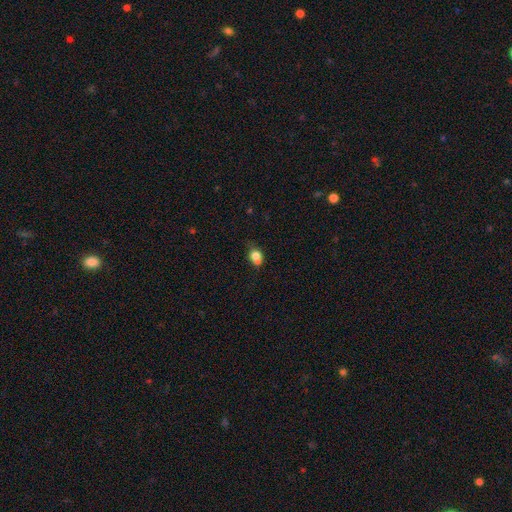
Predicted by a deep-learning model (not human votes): A smooth galaxy with no disk features (78%) that is in between round and cigar-shaped (50%).

Vote fractions:
- Smooth or featured? smooth: 78% / featured or disk: 11% / star or artifact: 11%
- How rounded? in between: 50% / round: 48% / cigar-shaped: 2%
- Merging? none: 41% / minor disturbance: 27% / merger: 23% / major disturbance: 9%